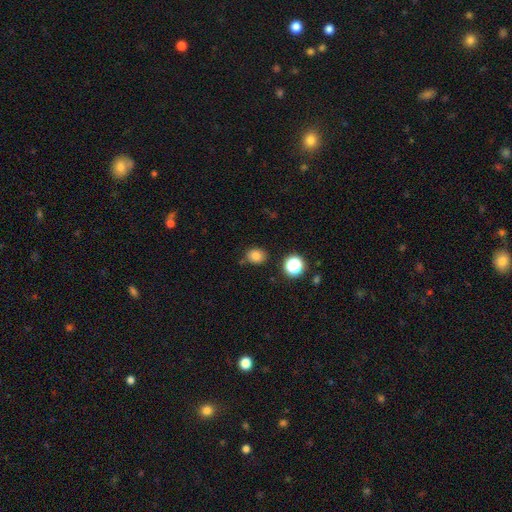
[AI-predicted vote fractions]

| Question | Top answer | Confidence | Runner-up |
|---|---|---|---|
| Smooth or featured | smooth | 81% | star or artifact (14%) |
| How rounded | round | 63% | in between (36%) |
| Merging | none | 78% | minor disturbance (13%) |